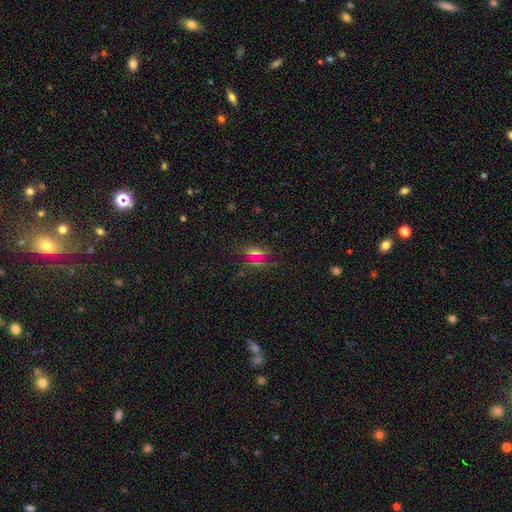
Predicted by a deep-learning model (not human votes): A smooth galaxy with no disk features (50%) that is in between round and cigar-shaped (47%).

Vote fractions:
- Smooth or featured? smooth: 50% / star or artifact: 40% / featured or disk: 10%
- How rounded? in between: 47% / round: 46% / cigar-shaped: 7%
- Merging? none: 76% / minor disturbance: 13% / major disturbance: 7% / merger: 4%